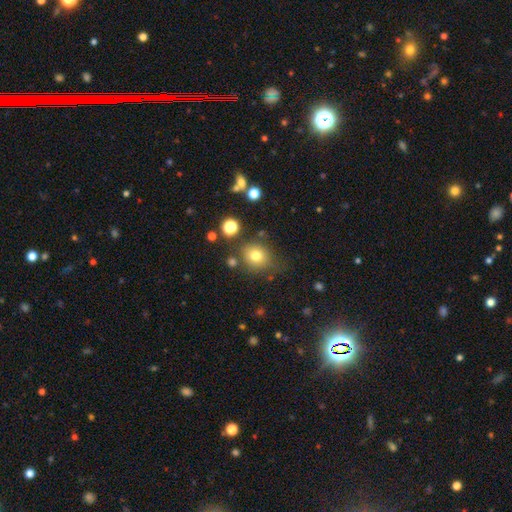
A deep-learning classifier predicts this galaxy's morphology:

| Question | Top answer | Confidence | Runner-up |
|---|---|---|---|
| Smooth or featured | smooth | 76% | star or artifact (14%) |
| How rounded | round | 76% | in between (23%) |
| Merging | none | 75% | minor disturbance (14%) |